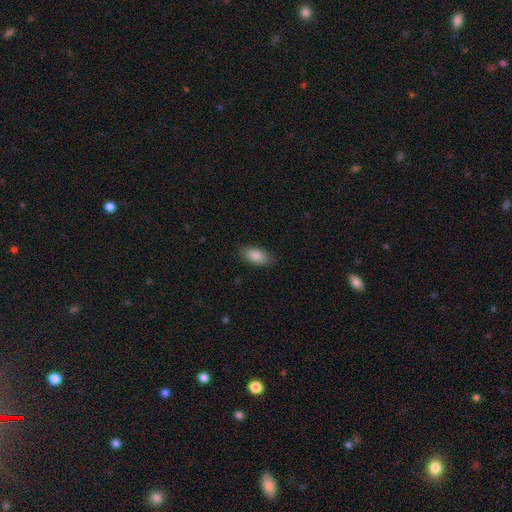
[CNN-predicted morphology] Smooth or featured? smooth (87%)
How rounded? in between (91%)
Merging? none (85%)